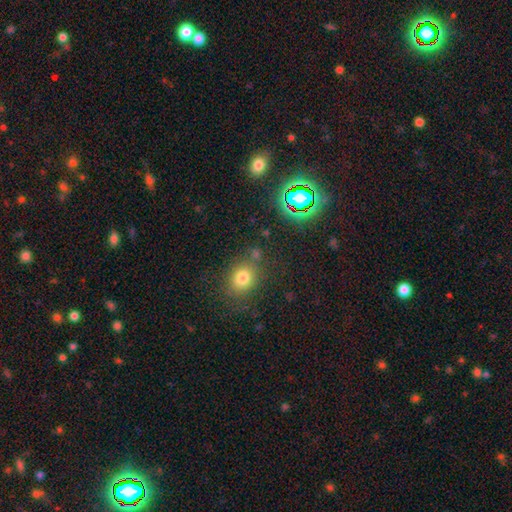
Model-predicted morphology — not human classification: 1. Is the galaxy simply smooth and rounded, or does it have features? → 60% smooth, 32% star or artifact, 8% featured or disk.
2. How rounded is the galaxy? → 68% round, 31% in between, 1% cigar-shaped.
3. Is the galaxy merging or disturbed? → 79% none, 11% minor disturbance, 5% merger, 4% major disturbance.